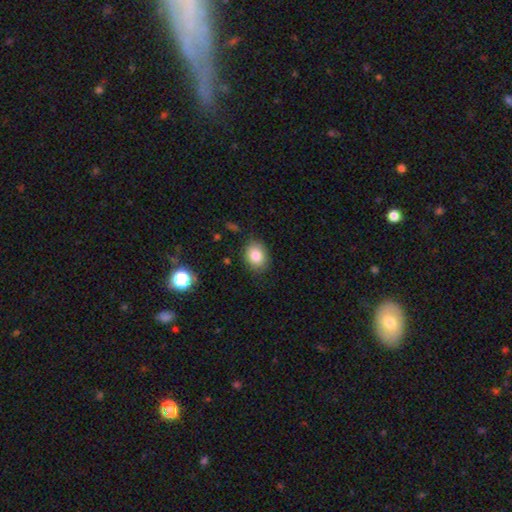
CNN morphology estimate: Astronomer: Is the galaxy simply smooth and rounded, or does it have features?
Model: smooth — 84%.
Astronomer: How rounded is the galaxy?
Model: in between — 55% (runner-up: round, 44%).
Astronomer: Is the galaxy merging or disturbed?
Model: none — 82%.